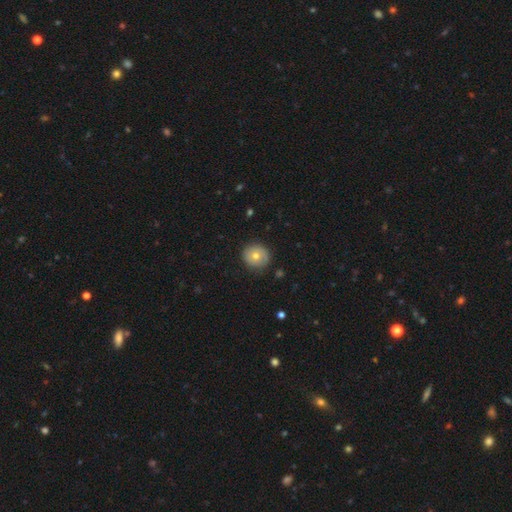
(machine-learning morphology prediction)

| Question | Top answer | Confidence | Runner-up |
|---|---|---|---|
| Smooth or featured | smooth | 67% | featured or disk (25%) |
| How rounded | round | 90% | in between (9%) |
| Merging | none | 83% | minor disturbance (13%) |